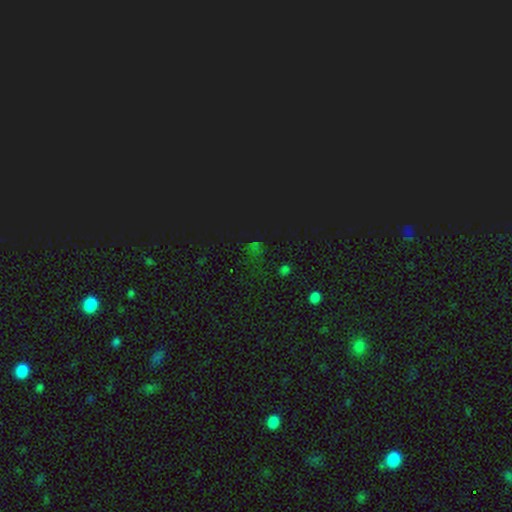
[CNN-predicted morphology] type=star or artifact (62%).